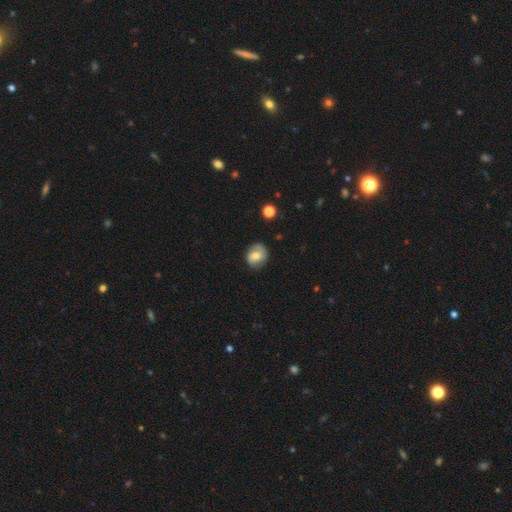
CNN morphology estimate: Smooth or featured? Predicted: smooth (p=0.49). Merging? Predicted: none (p=0.75).